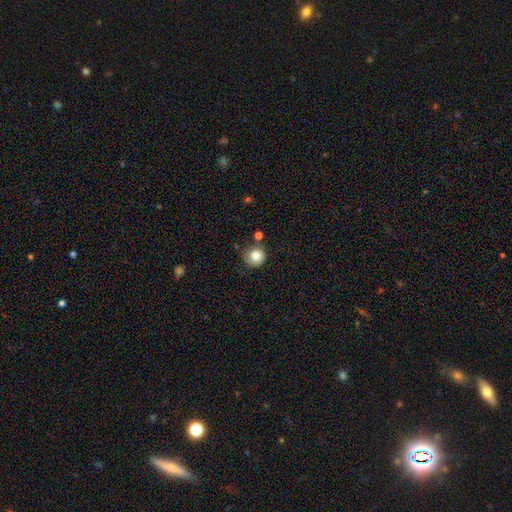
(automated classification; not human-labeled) Smooth or featured?
  - smooth: 81% *
  - featured or disk: 10%
  - star or artifact: 9%
How rounded?
  - round: 91% *
  - in between: 8%
  - cigar-shaped: 1%
Merging?
  - none: 68% *
  - minor disturbance: 20%
  - merger: 6%
  - major disturbance: 6%